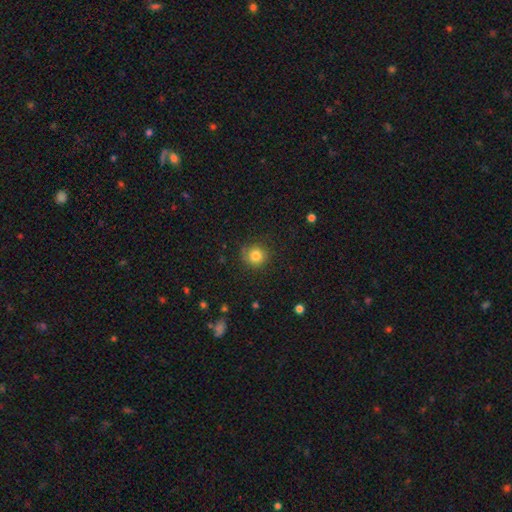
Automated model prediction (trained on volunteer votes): This is clearly a smooth galaxy (82%). How rounded: clearly round (91%). Merging: likely none (80%).